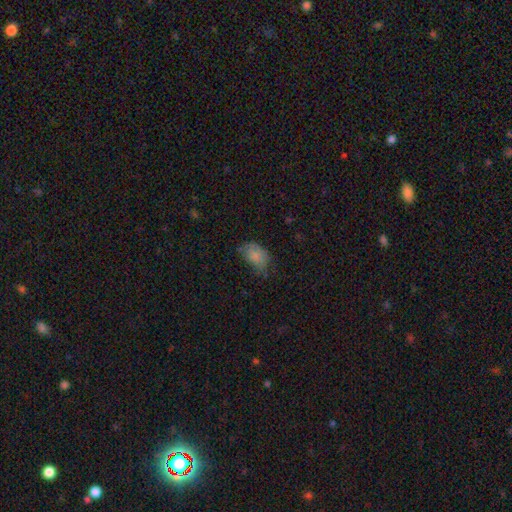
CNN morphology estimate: Smooth or featured: smooth — 81% (featured or disk — 11%)
How rounded: in between — 87% (round — 12%)
Merging: none — 52% (minor disturbance — 34%)